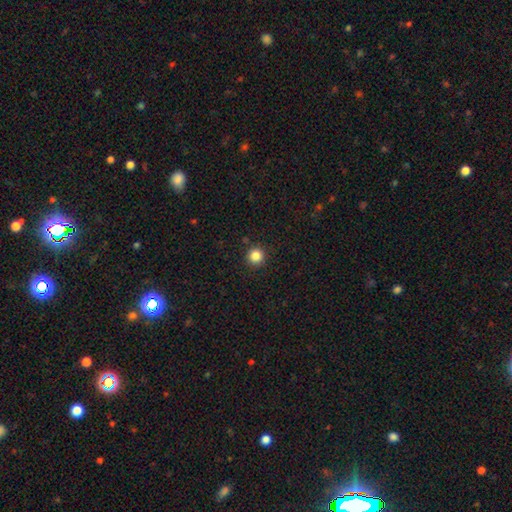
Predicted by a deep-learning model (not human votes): A smooth galaxy with no disk features (84%) that is round (95%).

Vote fractions:
- Smooth or featured? smooth: 84% / star or artifact: 12% / featured or disk: 4%
- How rounded? round: 95% / in between: 4% / cigar-shaped: 1%
- Merging? none: 92% / minor disturbance: 5% / major disturbance: 2% / merger: 1%